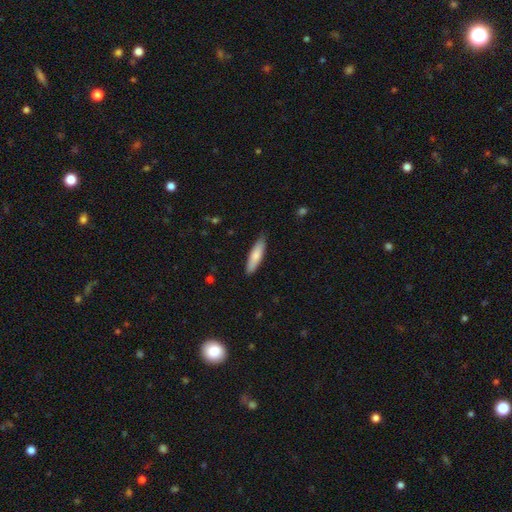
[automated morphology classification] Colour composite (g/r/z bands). It shows a smooth galaxy with no disk features (77%) that is cigar-shaped (71%). Merging: none (83%).